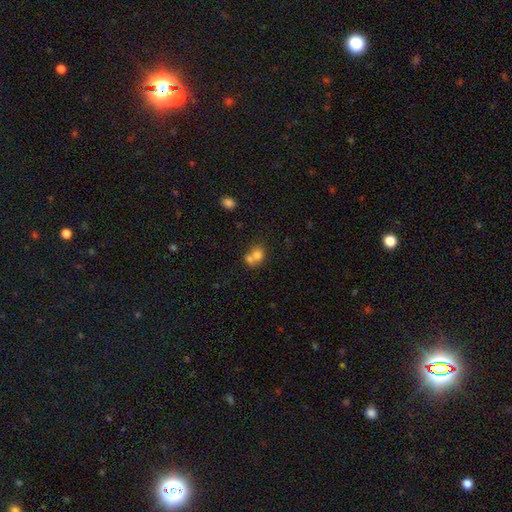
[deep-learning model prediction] Morphology: type=smooth (73%); roundness=round (66%); merging=merger (61%).